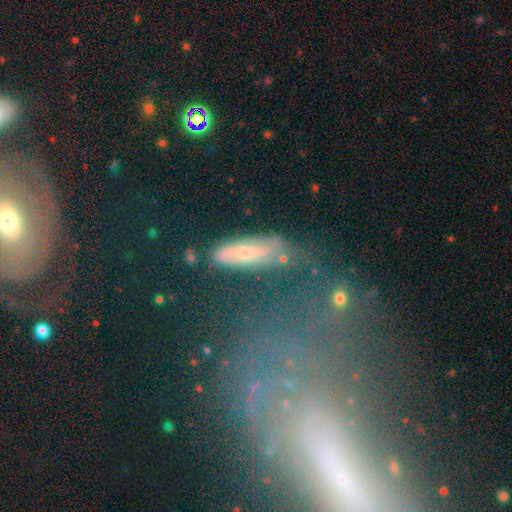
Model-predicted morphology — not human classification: Q: Smooth or featured?
A: smooth (57%); runner-up: featured or disk (33%)
Q: How rounded?
A: cigar-shaped (51%); runner-up: in between (45%)
Q: Merging?
A: none (56%); runner-up: minor disturbance (24%)